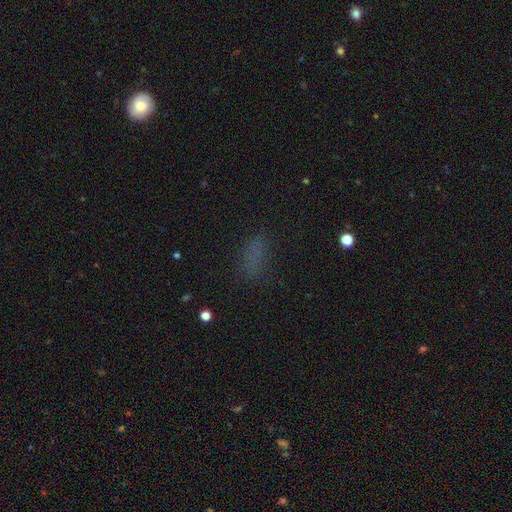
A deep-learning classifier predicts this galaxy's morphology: A smooth galaxy with no disk features (66%) that is in between round and cigar-shaped (69%).

Vote fractions:
- Smooth or featured? smooth: 66% / star or artifact: 24% / featured or disk: 10%
- How rounded? in between: 69% / cigar-shaped: 23% / round: 8%
- Merging? none: 74% / minor disturbance: 15% / major disturbance: 9% / merger: 2%